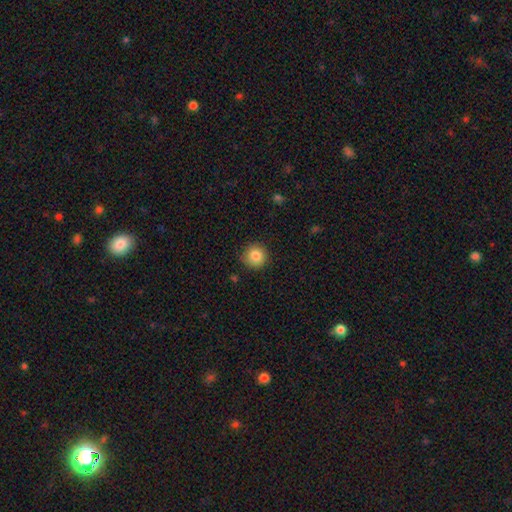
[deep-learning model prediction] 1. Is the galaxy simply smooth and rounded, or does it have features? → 84% smooth, 9% star or artifact, 6% featured or disk.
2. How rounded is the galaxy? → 93% round, 6% in between, 1% cigar-shaped.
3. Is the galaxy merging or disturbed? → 86% none, 11% minor disturbance, 2% major disturbance, 1% merger.